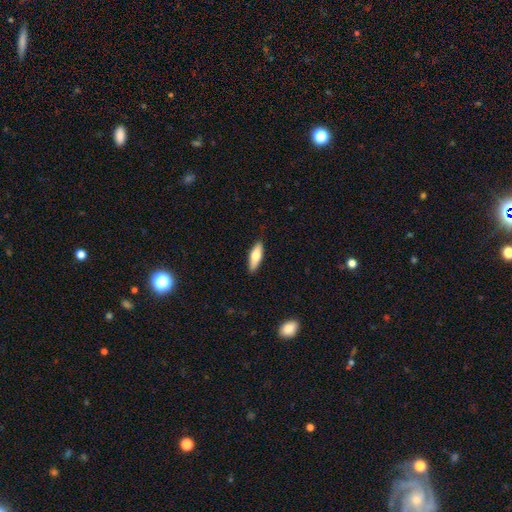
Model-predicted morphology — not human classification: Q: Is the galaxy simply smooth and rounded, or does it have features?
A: smooth — 71%.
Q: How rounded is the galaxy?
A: in between — 54%.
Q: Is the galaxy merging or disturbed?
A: none — 88%.